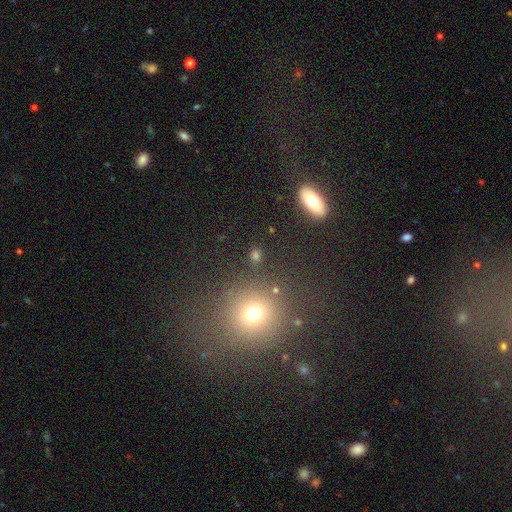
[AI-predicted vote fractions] smooth-or-featured: smooth: 61% | star or artifact: 27% | featured or disk: 12%
  how-rounded: round: 66% | in between: 28% | cigar-shaped: 7%
  merging: none: 81% | minor disturbance: 9% | merger: 5% | major disturbance: 5%